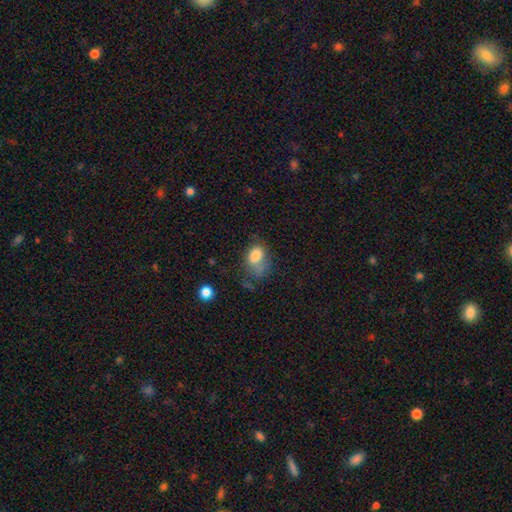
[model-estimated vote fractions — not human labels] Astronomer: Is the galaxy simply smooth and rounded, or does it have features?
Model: smooth — 78%.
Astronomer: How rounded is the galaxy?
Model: in between — 74%.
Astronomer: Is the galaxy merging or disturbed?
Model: none — 32% (runner-up: minor disturbance, 30%).